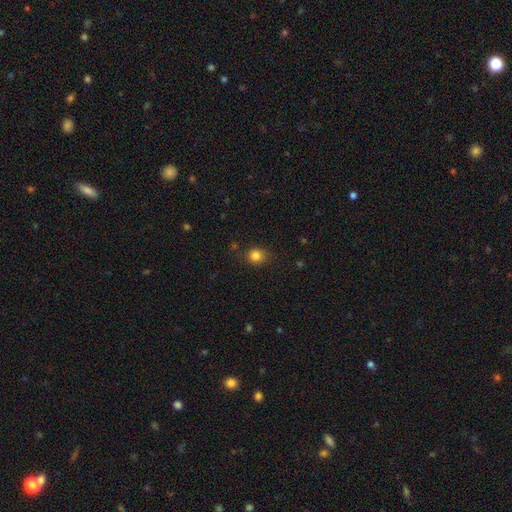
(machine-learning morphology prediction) A smooth galaxy with no disk features (83%) that is round (83%). Merging: none (84%).